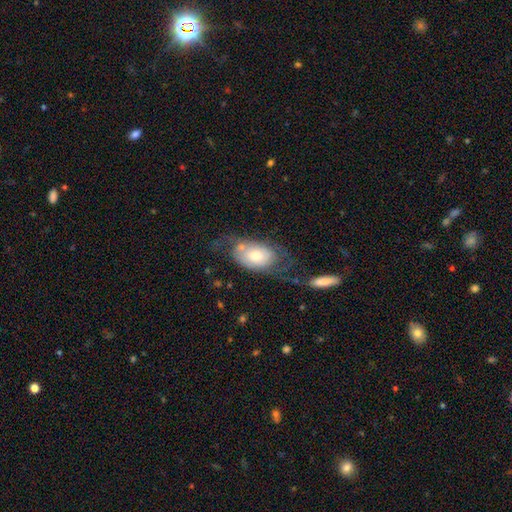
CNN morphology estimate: Overall: featured or disk (49%; smooth 45%). Merging: none (37%; major disturbance 28%).